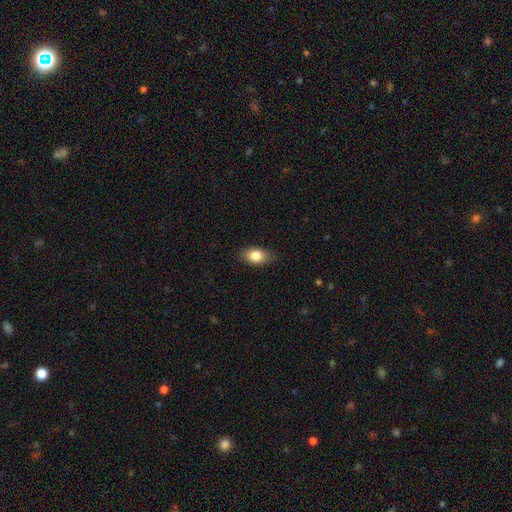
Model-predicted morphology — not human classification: This appears to be a smooth galaxy with no disk features (82%) that is in between round and cigar-shaped (86%). Merging: none (82%).